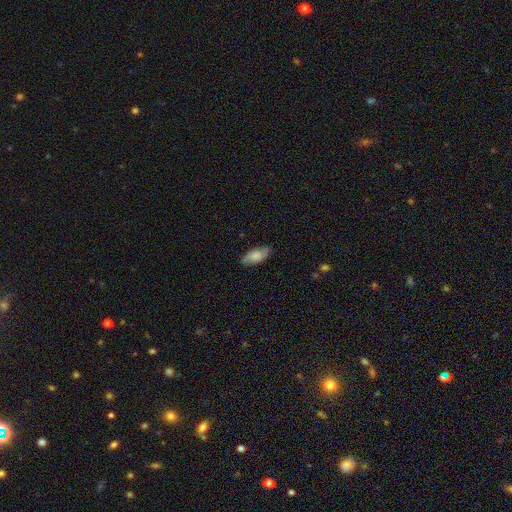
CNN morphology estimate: smooth-or-featured: smooth: 70% | featured or disk: 23% | star or artifact: 7%
  how-rounded: in between: 89% | cigar-shaped: 9% | round: 3%
  merging: none: 83% | minor disturbance: 13% | major disturbance: 3% | merger: 1%